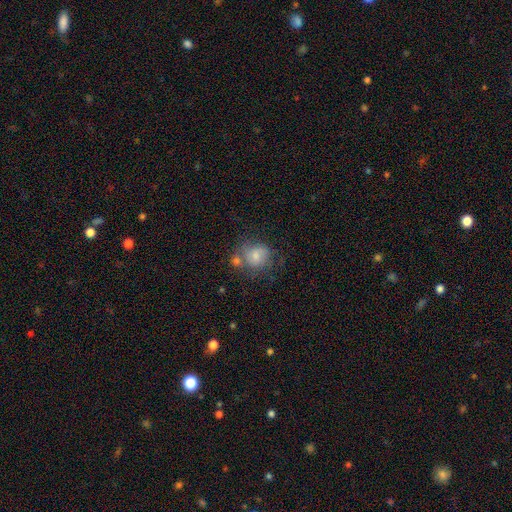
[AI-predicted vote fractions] Smooth or featured?
  - smooth: 64% *
  - featured or disk: 26%
  - star or artifact: 9%
How rounded?
  - round: 72% *
  - in between: 27%
  - cigar-shaped: 1%
Merging?
  - none: 44% *
  - merger: 23%
  - minor disturbance: 21%
  - major disturbance: 12%